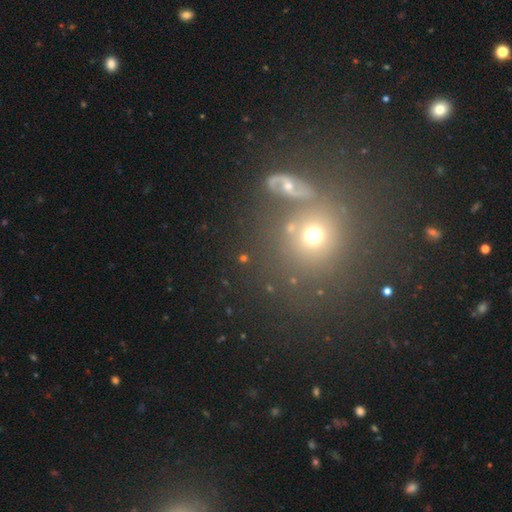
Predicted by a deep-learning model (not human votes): smooth-or-featured: smooth: 47% | star or artifact: 39% | featured or disk: 14%
  merging: none: 61% | merger: 23% | minor disturbance: 10% | major disturbance: 6%